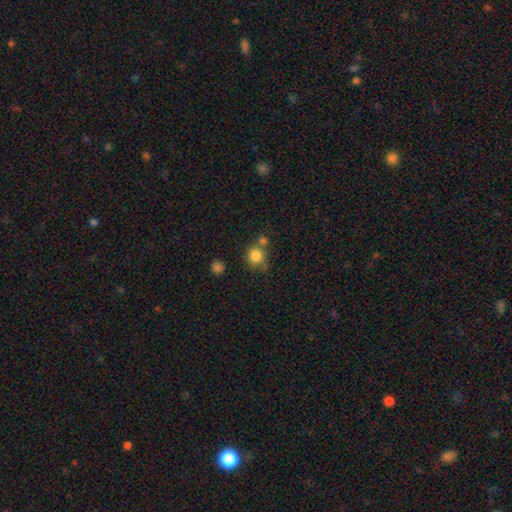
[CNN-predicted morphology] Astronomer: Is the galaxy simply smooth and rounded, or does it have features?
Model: smooth — 82%.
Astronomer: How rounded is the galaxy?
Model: round — 87%.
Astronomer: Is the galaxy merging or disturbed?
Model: none — 58%.